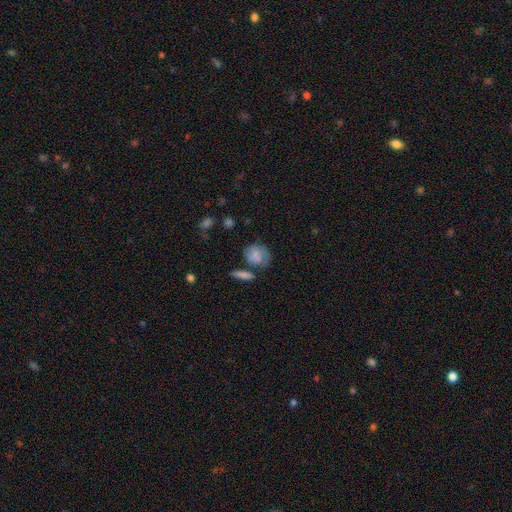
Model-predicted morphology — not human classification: type=smooth (71%); roundness=round (53%); merging=none (45%).